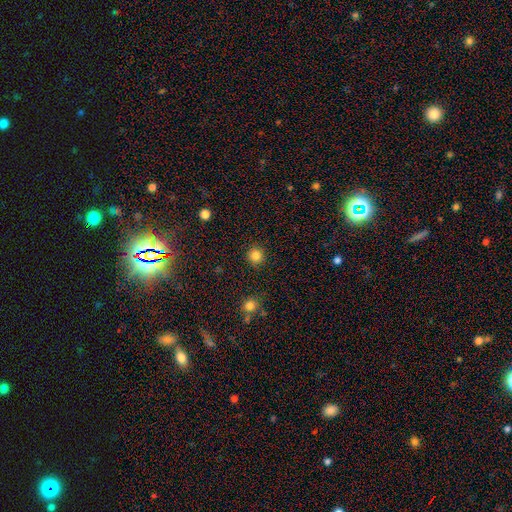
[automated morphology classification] type=smooth (85%); roundness=round (94%); merging=none (91%).